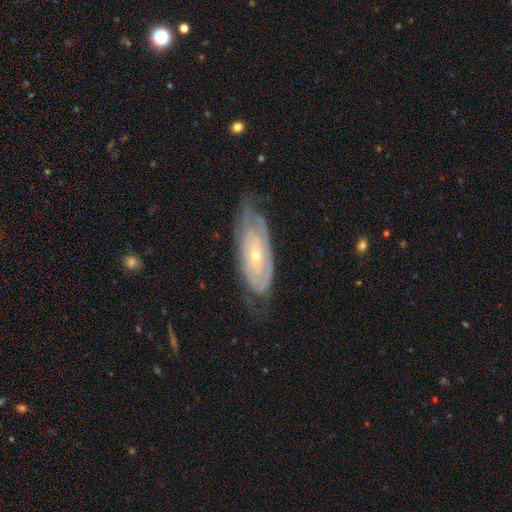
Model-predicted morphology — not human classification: Q: Smooth or featured?
A: featured or disk (77%); runner-up: smooth (17%)
Q: Edge-on disk?
A: no (88%); runner-up: yes (12%)
Q: Bar?
A: no (77%); runner-up: weak (18%)
Q: Spiral arms?
A: yes (83%); runner-up: no (17%)
Q: Spiral winding?
A: tight (76%); runner-up: medium (18%)
Q: Spiral arm count?
A: can't tell (56%); runner-up: 2 (24%)
Q: Bulge size?
A: small (65%); runner-up: moderate (32%)
Q: Merging?
A: none (64%); runner-up: minor disturbance (25%)